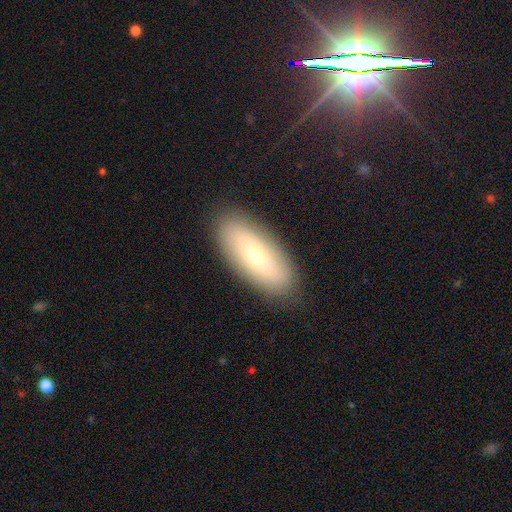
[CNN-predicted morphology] type=smooth (59%); roundness=in between (78%); merging=none (87%).